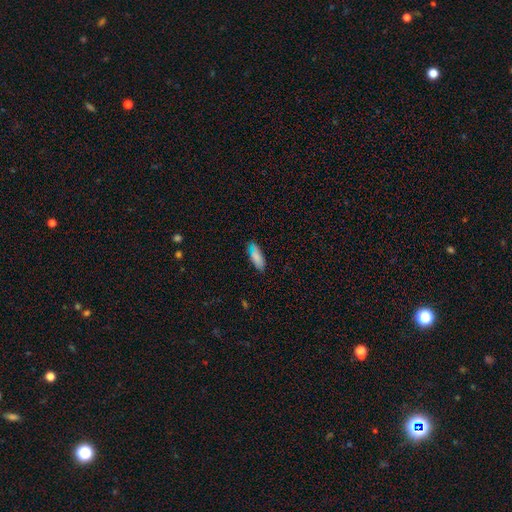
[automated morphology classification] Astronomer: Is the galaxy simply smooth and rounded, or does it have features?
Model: smooth — 79%.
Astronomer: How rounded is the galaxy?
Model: in between — 73%.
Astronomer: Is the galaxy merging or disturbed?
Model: none — 70%.